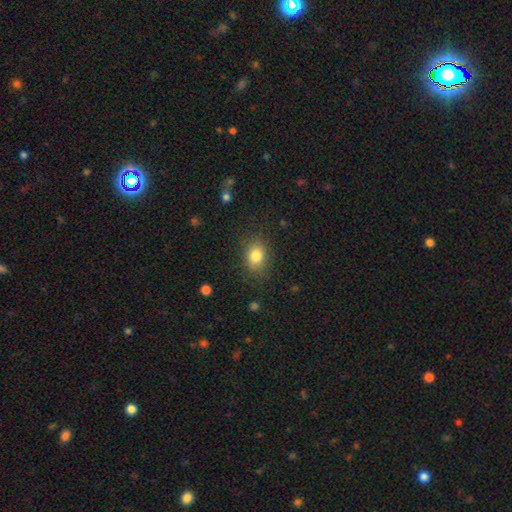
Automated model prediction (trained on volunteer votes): Smooth or featured? Predicted: smooth (p=0.82). How rounded? Predicted: in between (p=0.64). Merging? Predicted: none (p=0.82).